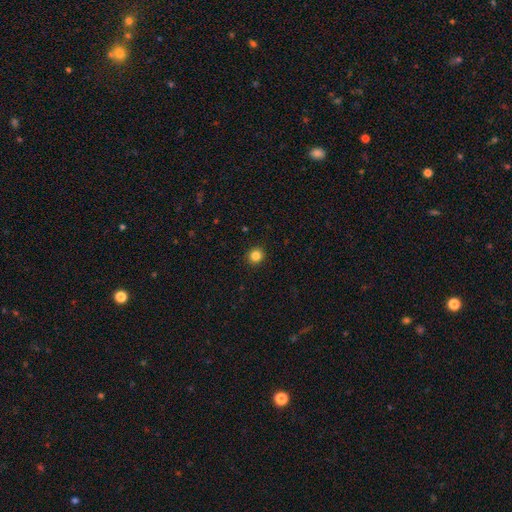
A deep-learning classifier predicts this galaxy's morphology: Smooth or featured?
  - smooth: 84% *
  - star or artifact: 12%
  - featured or disk: 4%
How rounded?
  - round: 90% *
  - in between: 9%
  - cigar-shaped: 1%
Merging?
  - none: 92% *
  - minor disturbance: 5%
  - major disturbance: 2%
  - merger: 1%